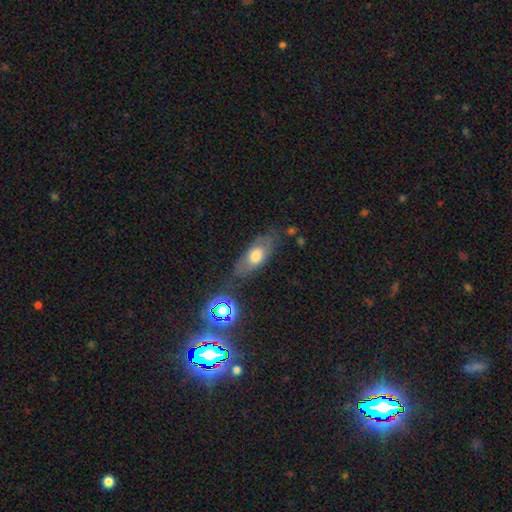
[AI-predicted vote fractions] Smooth or featured? smooth (57%)
How rounded? in between (78%)
Merging? none (71%)